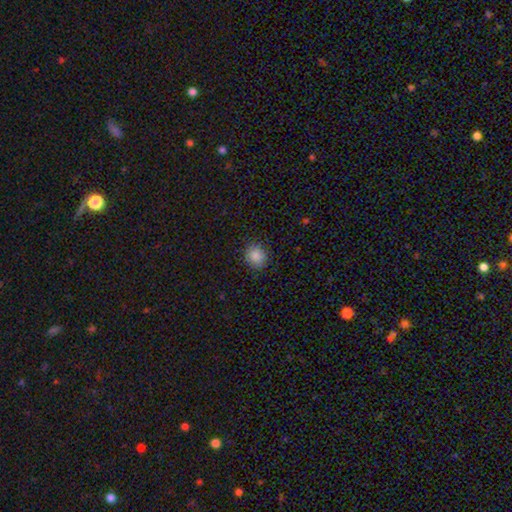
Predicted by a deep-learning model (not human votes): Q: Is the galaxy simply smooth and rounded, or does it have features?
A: smooth — 85%.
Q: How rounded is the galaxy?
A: round — 82%.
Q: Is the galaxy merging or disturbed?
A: none — 88%.